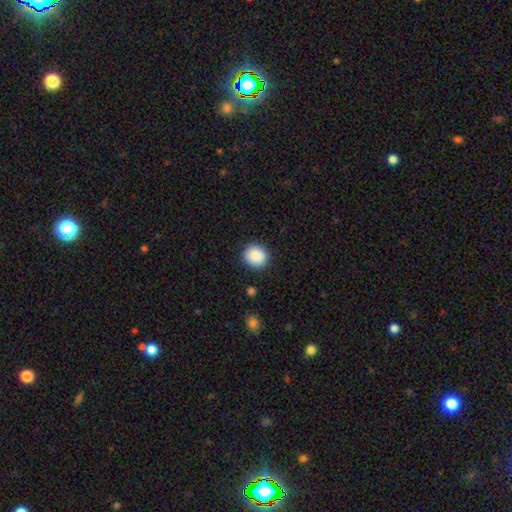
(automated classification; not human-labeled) A smooth galaxy with no disk features (88%) that is round (85%). Merging: none (90%).